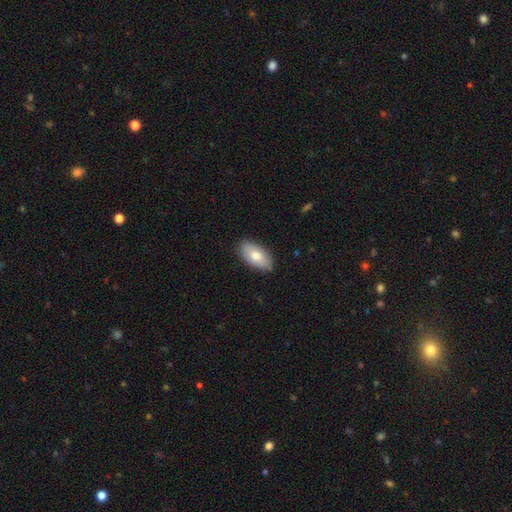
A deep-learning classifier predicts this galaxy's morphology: Smooth or featured? smooth (76%)
How rounded? in between (94%)
Merging? none (85%)